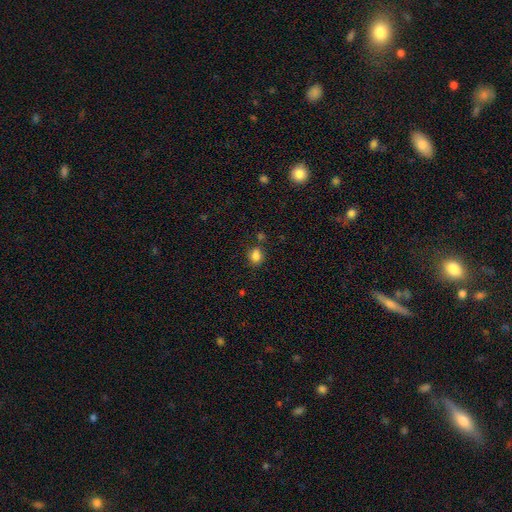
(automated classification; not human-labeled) A smooth galaxy with no disk features (83%) that is round (55%). Merging: none (71%).